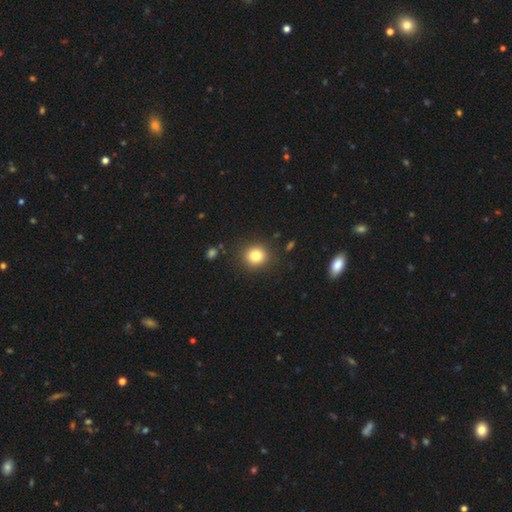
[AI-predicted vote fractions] Smooth or featured? smooth (82%)
How rounded? round (84%)
Merging? none (88%)